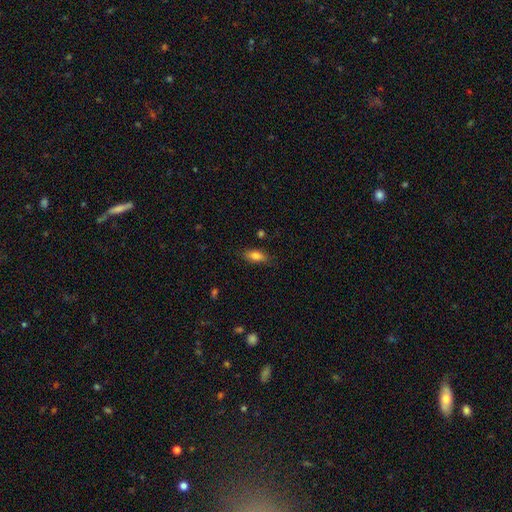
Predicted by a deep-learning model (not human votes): This is clearly a smooth galaxy (82%). How rounded: clearly in between (83%). Merging: clearly none (81%).